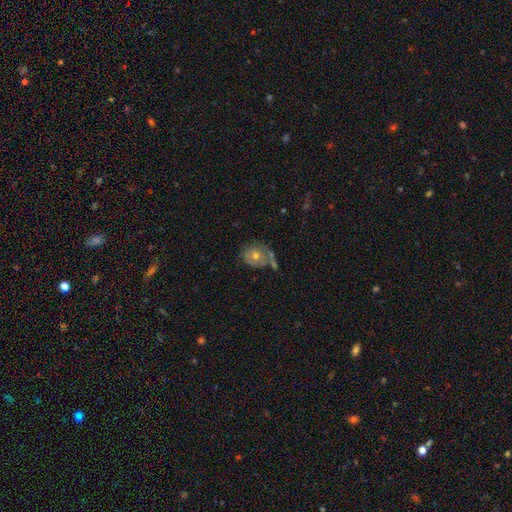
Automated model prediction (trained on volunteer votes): This is possibly a featured or disk galaxy (54%). It is clearly not viewed edge-on (96%). Bar: clearly no (85%). Spiral arm pattern: possibly no (54%). Central bulge: likely moderate (72%). Merging: possibly none (50%).